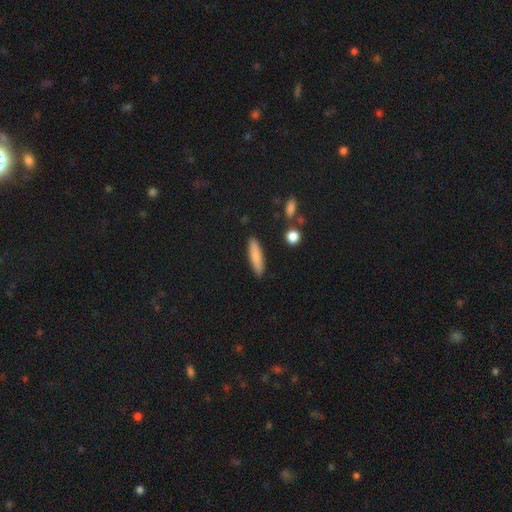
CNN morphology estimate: type=smooth (82%); roundness=cigar-shaped (77%); merging=none (89%).